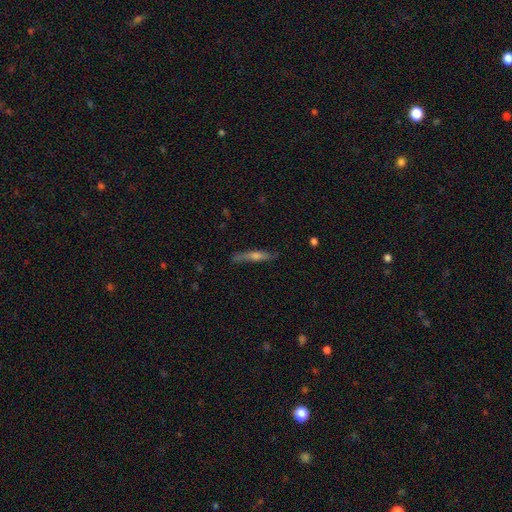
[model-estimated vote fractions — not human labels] featured or disk 57%, smooth 33%, star or artifact 10%. Down the decision tree: edge-on disk — yes (90%); edge-on bulge — rounded (75%); merging — none (82%).